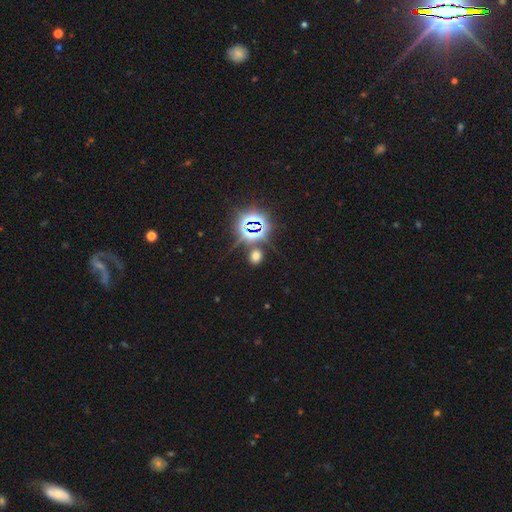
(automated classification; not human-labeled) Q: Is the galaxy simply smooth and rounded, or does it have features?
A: smooth — 51%.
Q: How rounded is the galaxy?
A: round — 70%.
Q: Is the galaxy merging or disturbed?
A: none — 82%.